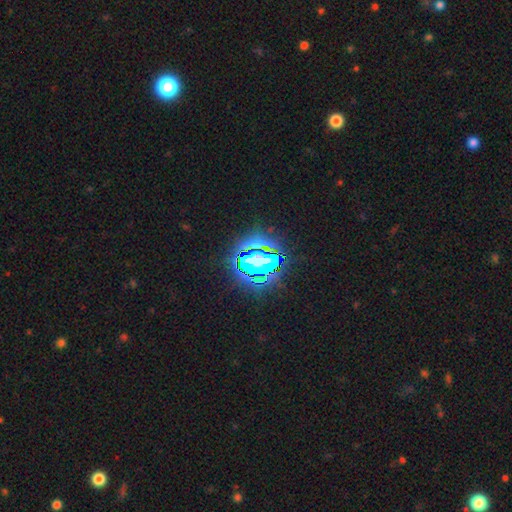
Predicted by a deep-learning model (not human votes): Smooth or featured? Predicted: star or artifact (p=0.64).